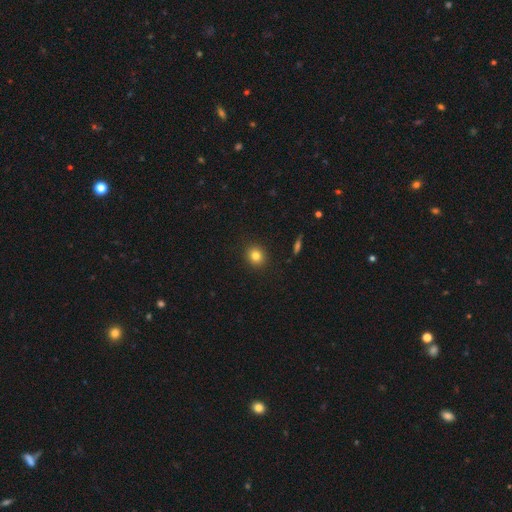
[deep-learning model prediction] smooth-or-featured: smooth: 81% | star or artifact: 12% | featured or disk: 7%
  how-rounded: round: 82% | in between: 17% | cigar-shaped: 1%
  merging: none: 91% | minor disturbance: 6% | major disturbance: 2% | merger: 1%